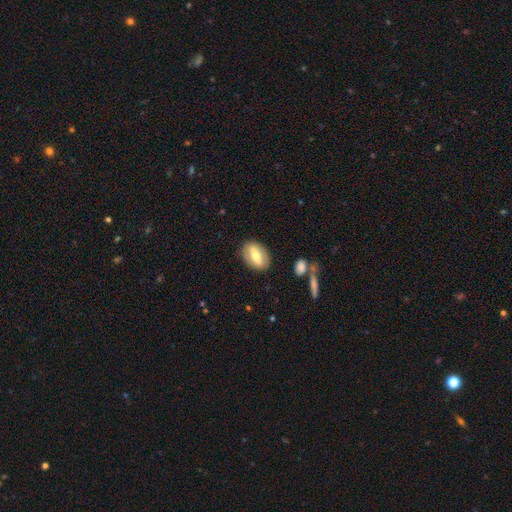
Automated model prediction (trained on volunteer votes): Q: Smooth or featured?
A: smooth (55%); runner-up: featured or disk (38%)
Q: How rounded?
A: in between (83%); runner-up: round (12%)
Q: Merging?
A: none (84%); runner-up: minor disturbance (11%)